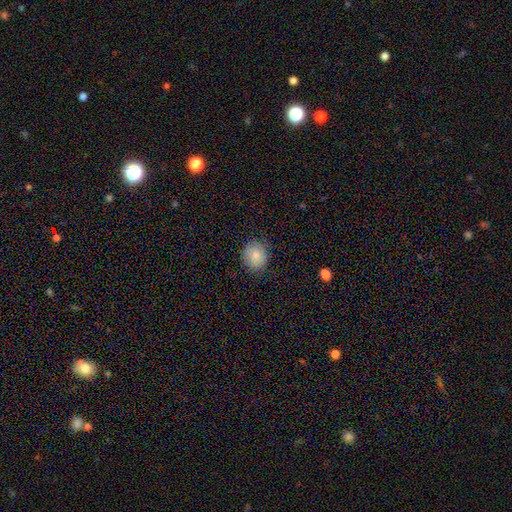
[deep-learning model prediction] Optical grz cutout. It shows a smooth galaxy with no disk features (85%) that is round (80%). Merging: none (84%).